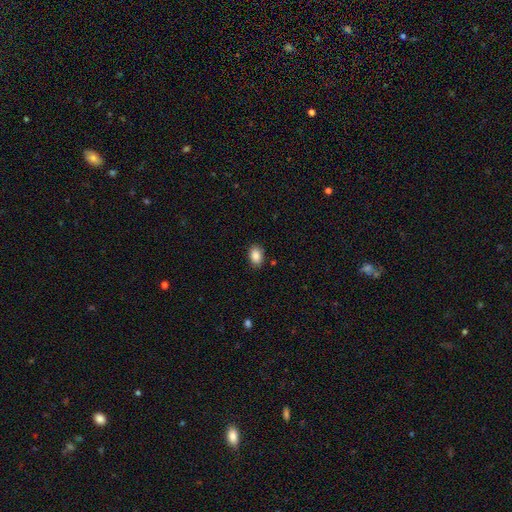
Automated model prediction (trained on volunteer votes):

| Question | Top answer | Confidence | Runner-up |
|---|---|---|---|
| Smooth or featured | smooth | 87% | star or artifact (8%) |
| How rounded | in between | 84% | round (15%) |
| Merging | none | 87% | minor disturbance (10%) |